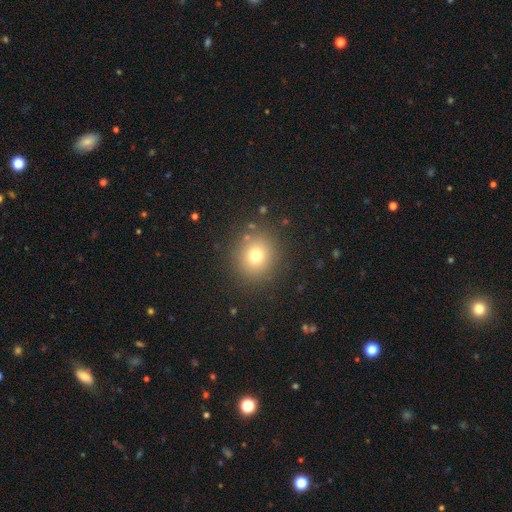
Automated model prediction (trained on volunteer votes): A smooth galaxy with no disk features (73%) that is round (87%).

Vote fractions:
- Smooth or featured? smooth: 73% / star or artifact: 16% / featured or disk: 11%
- How rounded? round: 87% / in between: 12% / cigar-shaped: 1%
- Merging? none: 87% / minor disturbance: 7% / major disturbance: 3% / merger: 2%